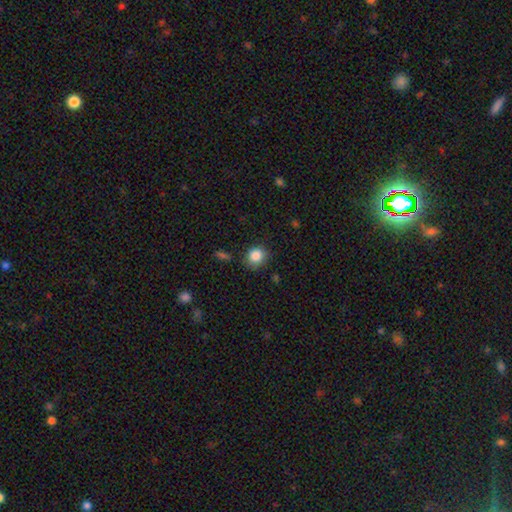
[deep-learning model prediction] Smooth or featured? smooth (86%)
How rounded? round (79%)
Merging? none (77%)